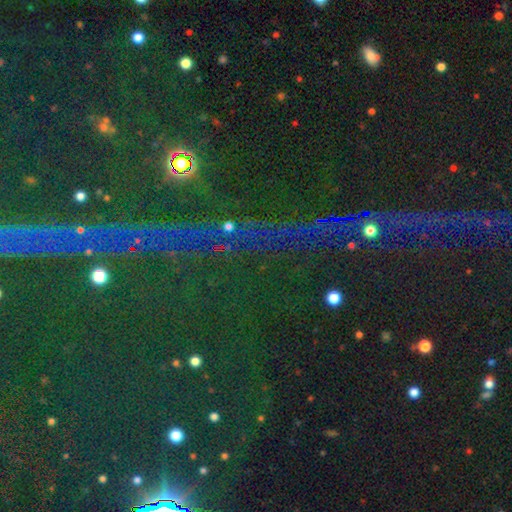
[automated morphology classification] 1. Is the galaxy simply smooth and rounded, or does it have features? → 84% star or artifact, 9% smooth, 7% featured or disk.